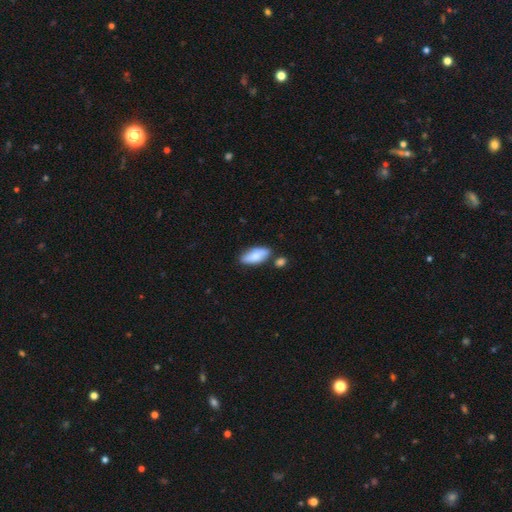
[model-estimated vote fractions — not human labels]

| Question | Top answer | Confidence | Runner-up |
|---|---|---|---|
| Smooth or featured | smooth | 77% | featured or disk (16%) |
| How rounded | in between | 84% | cigar-shaped (13%) |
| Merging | none | 72% | minor disturbance (16%) |